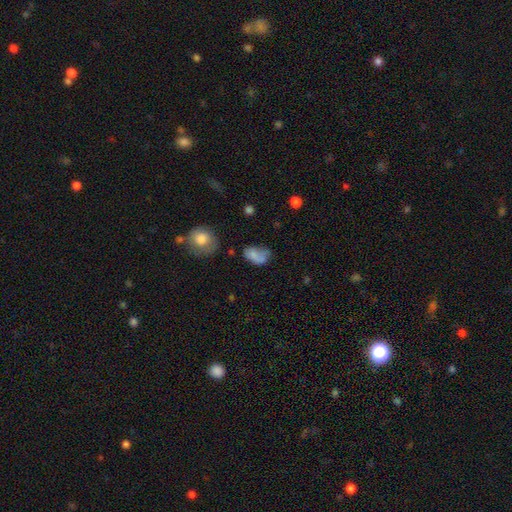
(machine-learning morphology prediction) The model was most divided on "merging": none: 35%, minor disturbance: 30%, major disturbance: 23%, merger: 12%. More confident: how rounded — in between (85%); smooth or featured — smooth (69%).